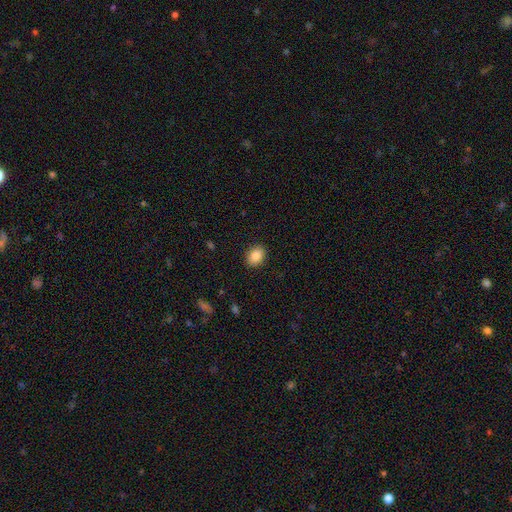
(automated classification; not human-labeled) A smooth galaxy with no disk features (87%) that is in between round and cigar-shaped (73%).

Vote fractions:
- Smooth or featured? smooth: 87% / star or artifact: 8% / featured or disk: 5%
- How rounded? in between: 73% / round: 26% / cigar-shaped: 1%
- Merging? none: 89% / minor disturbance: 8% / major disturbance: 2% / merger: 1%